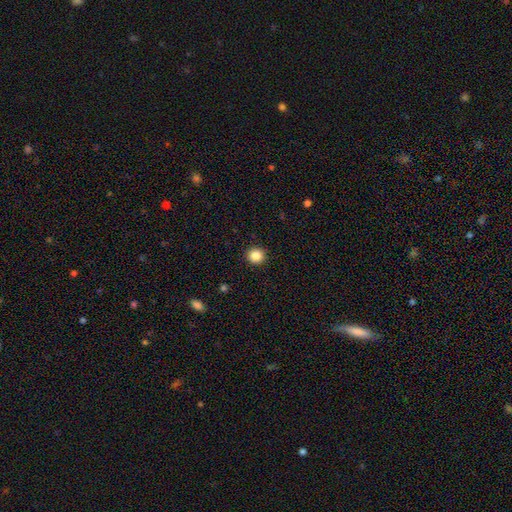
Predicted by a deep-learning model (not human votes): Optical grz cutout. It shows a smooth galaxy with no disk features (86%) that is round (91%). Merging: none (93%).